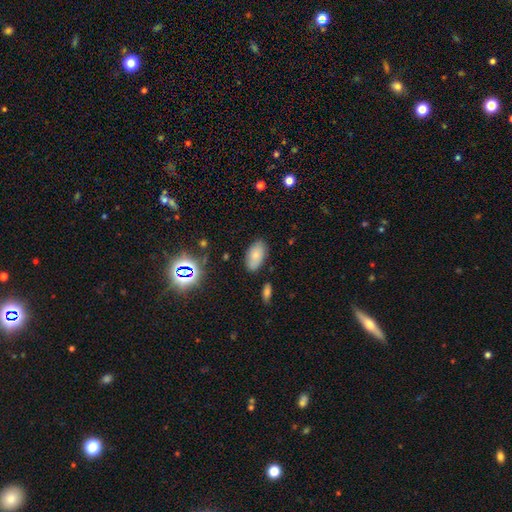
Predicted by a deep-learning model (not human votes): Smooth or featured? Predicted: smooth (p=0.77). How rounded? Predicted: in between (p=0.93). Merging? Predicted: none (p=0.81).